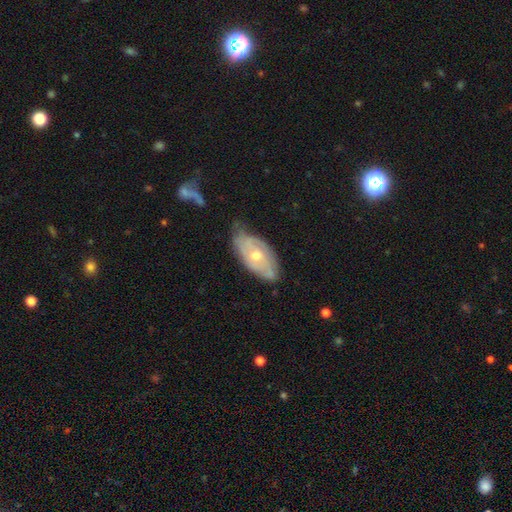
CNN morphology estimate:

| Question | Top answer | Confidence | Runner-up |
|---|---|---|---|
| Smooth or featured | featured or disk | 66% | smooth (27%) |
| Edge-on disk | no | 90% | yes (10%) |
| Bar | no | 75% | weak (21%) |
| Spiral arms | yes | 74% | no (26%) |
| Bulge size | moderate | 58% | small (38%) |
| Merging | none | 60% | minor disturbance (30%) |